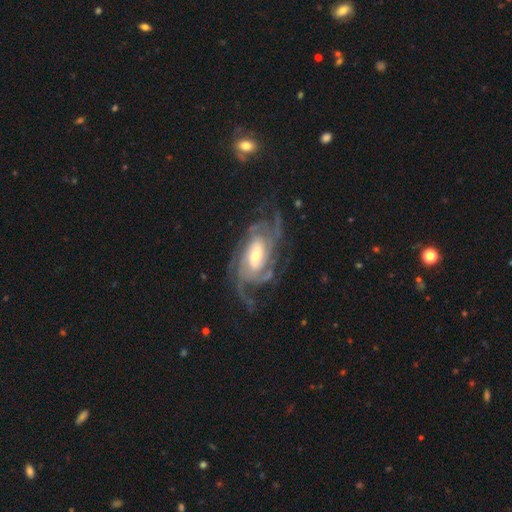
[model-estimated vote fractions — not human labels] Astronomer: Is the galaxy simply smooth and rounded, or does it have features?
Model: featured or disk — 90%.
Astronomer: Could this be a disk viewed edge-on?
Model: no — 96%.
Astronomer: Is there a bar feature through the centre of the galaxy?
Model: no — 41% (runner-up: weak, 40%).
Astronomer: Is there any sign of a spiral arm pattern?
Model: yes — 97%.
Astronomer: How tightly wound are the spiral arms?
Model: tight — 48% (runner-up: medium, 40%).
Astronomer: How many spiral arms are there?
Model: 4 — 26% (runner-up: 3, 24%).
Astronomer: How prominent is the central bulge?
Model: moderate — 57%.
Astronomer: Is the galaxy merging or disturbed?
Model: none — 64%.